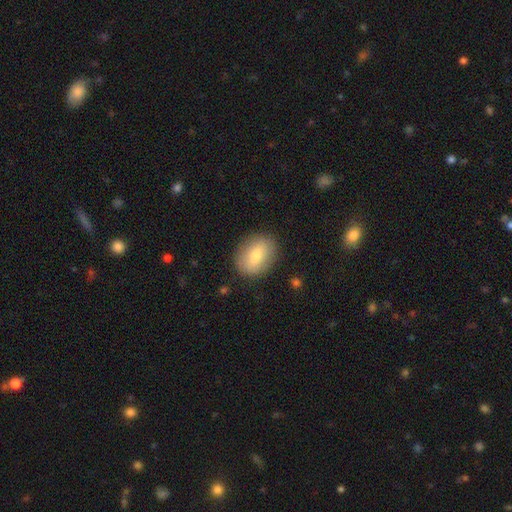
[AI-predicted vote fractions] Smooth or featured? smooth (71%)
How rounded? in between (71%)
Merging? none (85%)